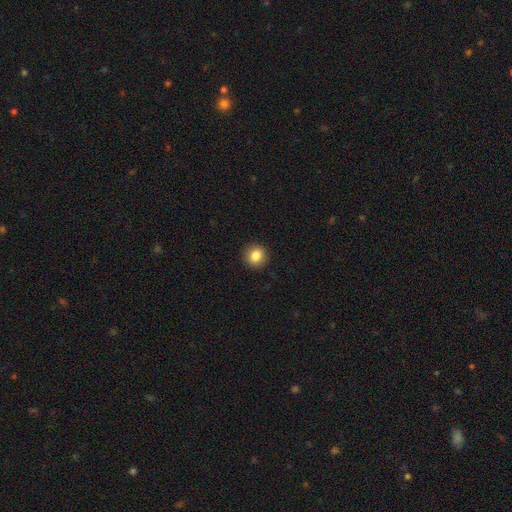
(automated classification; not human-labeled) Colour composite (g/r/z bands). It shows a smooth galaxy with no disk features (85%) that is round (89%). Merging: none (92%).